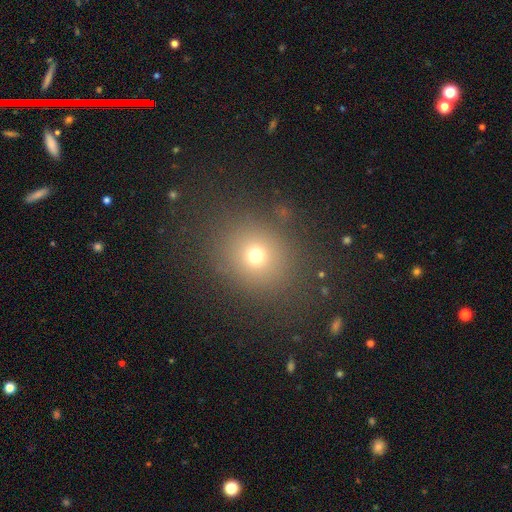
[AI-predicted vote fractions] smooth_or_featured: smooth (p=0.70) [alt: star or artifact p=0.19]
how_rounded: round (p=0.76) [alt: in between p=0.23]
merging: none (p=0.81) [alt: minor disturbance p=0.10]